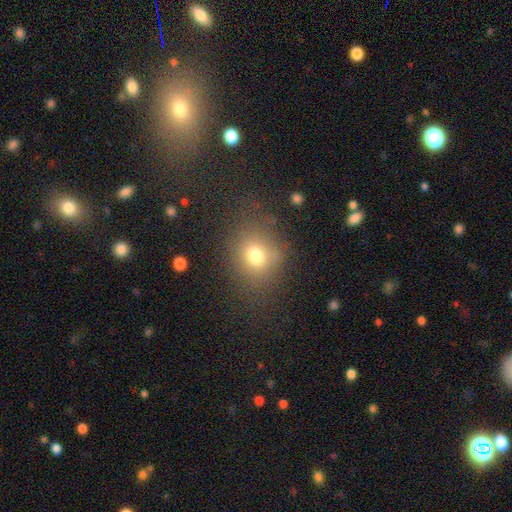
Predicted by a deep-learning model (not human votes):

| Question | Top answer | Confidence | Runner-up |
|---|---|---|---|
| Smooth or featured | smooth | 73% | star or artifact (15%) |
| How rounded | round | 62% | in between (37%) |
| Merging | none | 69% | minor disturbance (17%) |